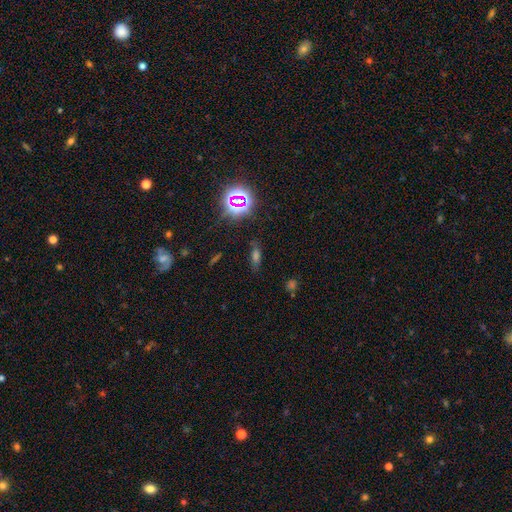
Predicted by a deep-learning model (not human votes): This is marginally a smooth galaxy (45%). Merging: clearly none (80%).